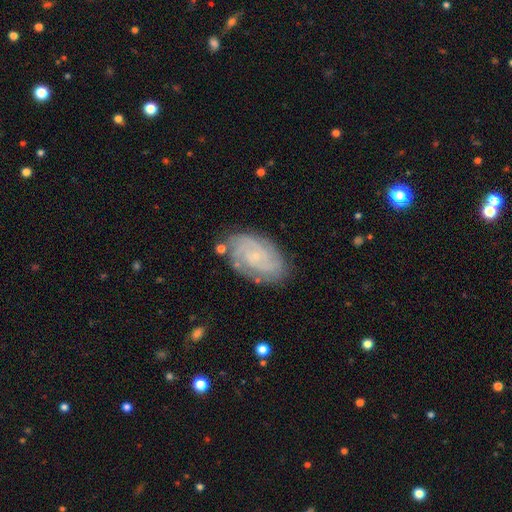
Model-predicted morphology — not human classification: A featured or disk galaxy (80%) with no bar (66%), 2 (37%) tight (64%) spiral arms (96%) and a small central bulge (76%).

Vote fractions:
- Smooth or featured? featured or disk: 80% / smooth: 13% / star or artifact: 7%
- Edge-on disk? no: 97% / yes: 3%
- Bar? no: 66% / weak: 29% / strong: 5%
- Spiral arms? yes: 96% / no: 4%
- Spiral winding? tight: 64% / medium: 29% / loose: 7%
- Spiral arm count? 2: 37% / can't tell: 24% / 3: 21% / 4: 9% / more than 4: 5% / 1: 5%
- Bulge size? small: 76% / none: 12% / moderate: 10% / large: 1% / dominant: 1%
- Merging? none: 77% / minor disturbance: 16% / major disturbance: 4% / merger: 2%